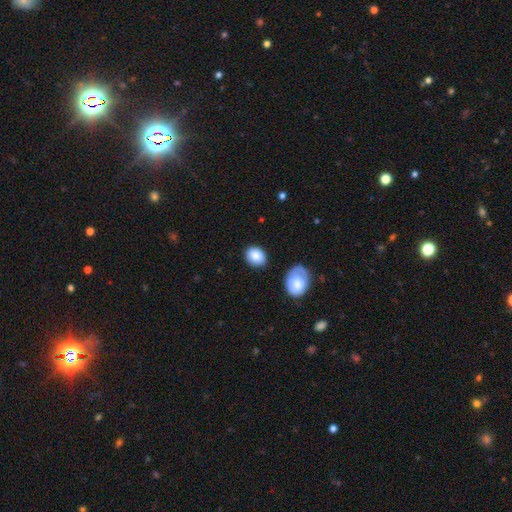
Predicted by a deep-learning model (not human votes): The model was most divided on "how rounded": in between: 58%, round: 40%, cigar-shaped: 1%. More confident: smooth or featured — smooth (86%); merging — none (80%).